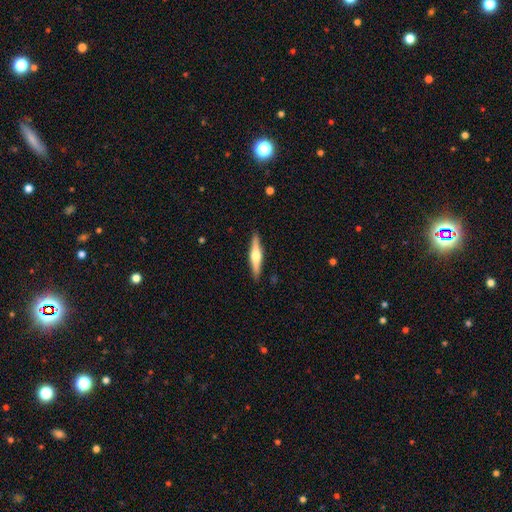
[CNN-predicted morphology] Smooth or featured? Predicted: featured or disk (p=0.64). Edge-on disk? Predicted: yes (p=0.97). Edge-on bulge? Predicted: rounded (p=0.93). Merging? Predicted: none (p=0.91).